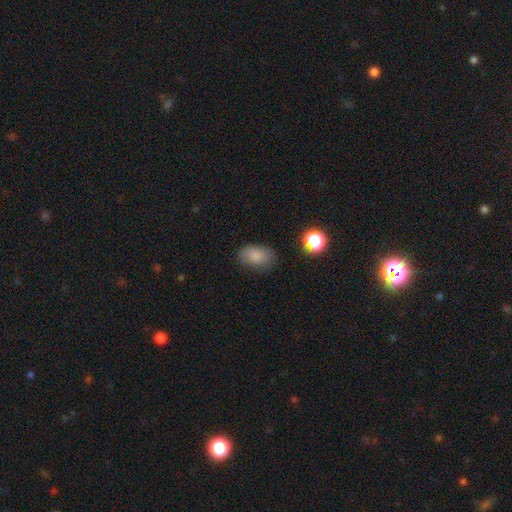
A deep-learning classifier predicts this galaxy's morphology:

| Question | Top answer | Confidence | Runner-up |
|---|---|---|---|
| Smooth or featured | smooth | 83% | star or artifact (10%) |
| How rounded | in between | 86% | round (13%) |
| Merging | none | 77% | minor disturbance (17%) |